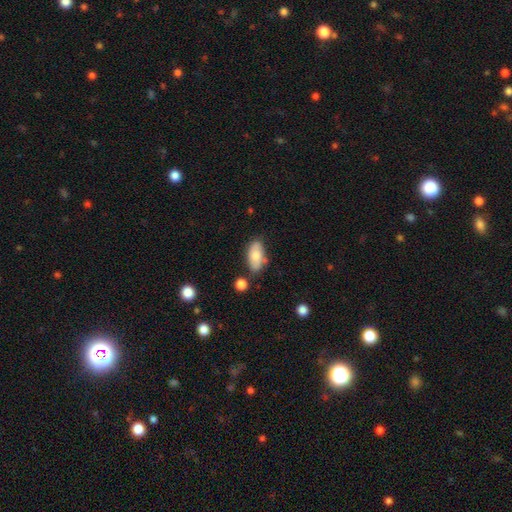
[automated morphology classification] This appears to be a smooth galaxy with no disk features (74%) that is in between round and cigar-shaped (92%). Merging: none (69%).